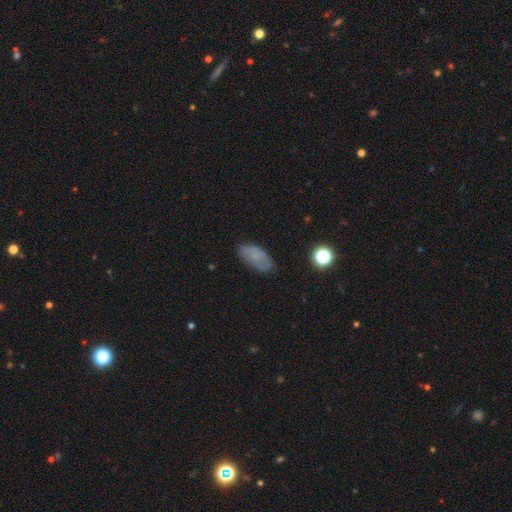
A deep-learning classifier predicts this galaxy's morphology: This is likely a smooth galaxy (73%). How rounded: clearly in between (92%). Merging: likely none (75%).